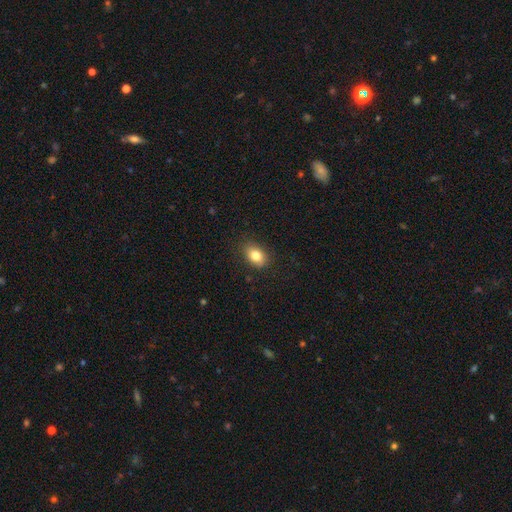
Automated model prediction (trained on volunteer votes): A smooth galaxy with no disk features (82%) that is in between round and cigar-shaped (78%). Merging: none (84%).